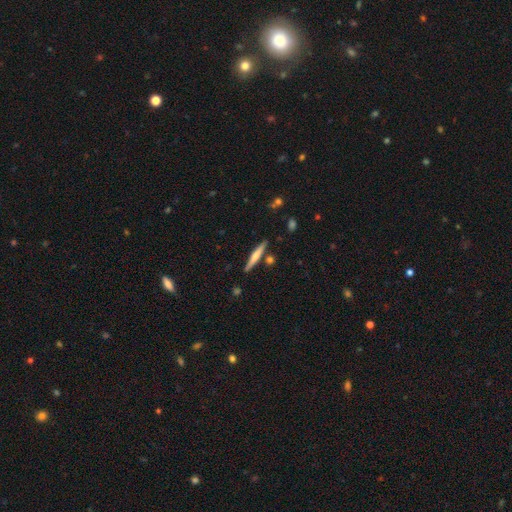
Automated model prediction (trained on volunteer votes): smooth_or_featured: smooth (p=0.49) [alt: featured or disk p=0.45]
merging: none (p=0.85) [alt: minor disturbance p=0.08]